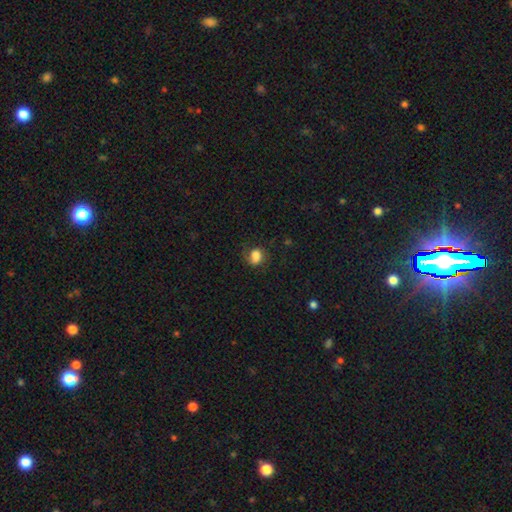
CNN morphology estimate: smooth_or_featured: smooth (p=0.75) [alt: featured or disk p=0.15]
how_rounded: in between (p=0.51) [alt: round p=0.48]
merging: none (p=0.59) [alt: minor disturbance p=0.26]